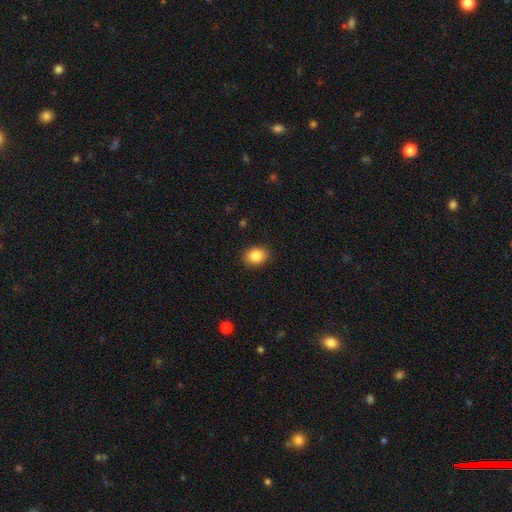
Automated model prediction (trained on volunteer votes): Morphology: type=smooth (87%); roundness=in between (55%); merging=none (88%).